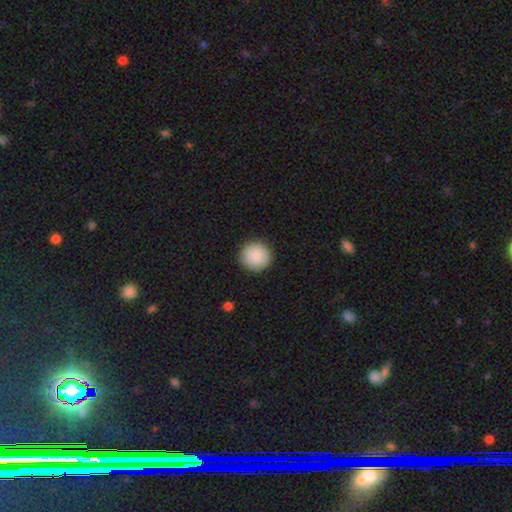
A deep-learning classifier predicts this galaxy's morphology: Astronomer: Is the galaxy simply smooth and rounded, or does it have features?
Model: smooth — 90%.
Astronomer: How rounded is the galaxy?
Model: round — 95%.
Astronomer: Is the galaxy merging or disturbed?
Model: none — 92%.